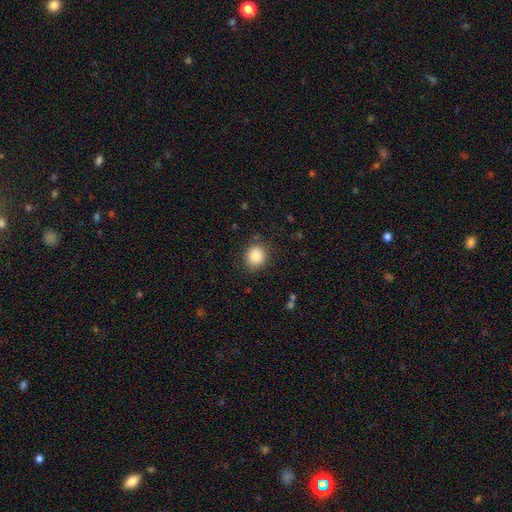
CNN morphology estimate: Q: Smooth or featured?
A: smooth (85%); runner-up: star or artifact (9%)
Q: How rounded?
A: round (78%); runner-up: in between (21%)
Q: Merging?
A: none (85%); runner-up: minor disturbance (10%)